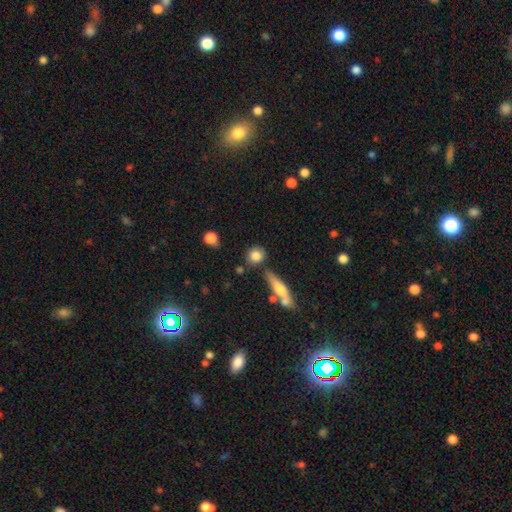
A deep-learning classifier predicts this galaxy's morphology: Q: Smooth or featured?
A: smooth (81%); runner-up: featured or disk (11%)
Q: How rounded?
A: round (80%); runner-up: in between (16%)
Q: Merging?
A: none (74%); runner-up: minor disturbance (12%)